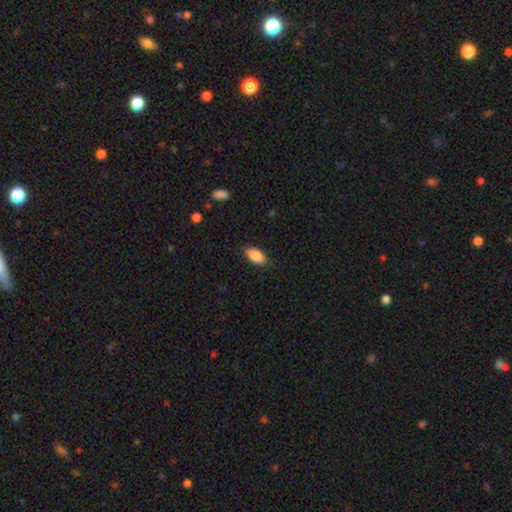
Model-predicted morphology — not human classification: Smooth or featured: smooth — 88% (star or artifact — 6%)
How rounded: in between — 92% (cigar-shaped — 5%)
Merging: none — 84% (minor disturbance — 12%)